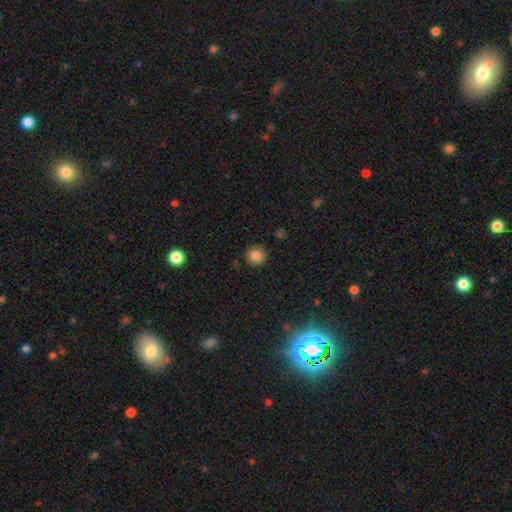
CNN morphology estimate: This is clearly a smooth galaxy (84%). How rounded: clearly round (90%). Merging: clearly none (88%).